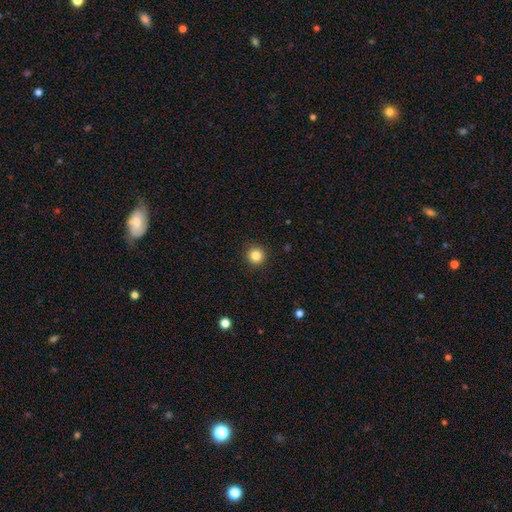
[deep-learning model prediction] Q: Smooth or featured?
A: smooth (84%); runner-up: star or artifact (11%)
Q: How rounded?
A: round (95%); runner-up: in between (4%)
Q: Merging?
A: none (93%); runner-up: minor disturbance (5%)